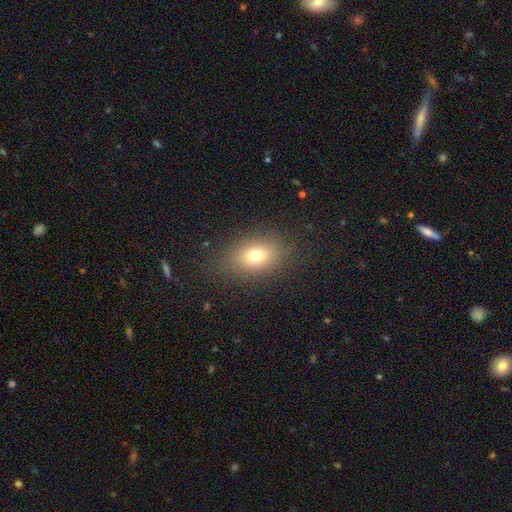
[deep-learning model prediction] Smooth or featured?
  - smooth: 72% *
  - star or artifact: 14%
  - featured or disk: 14%
How rounded?
  - in between: 73% *
  - round: 25%
  - cigar-shaped: 2%
Merging?
  - none: 83% *
  - minor disturbance: 11%
  - major disturbance: 5%
  - merger: 1%